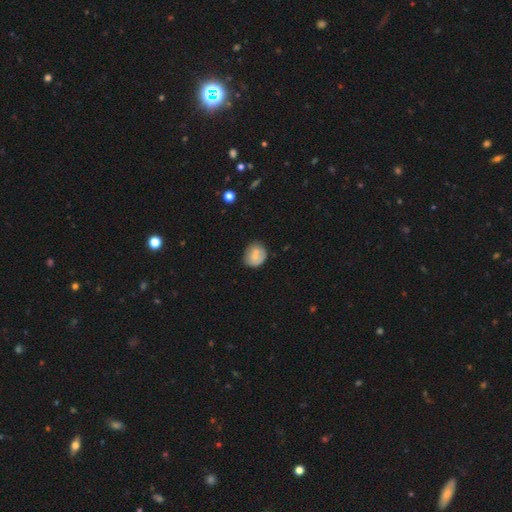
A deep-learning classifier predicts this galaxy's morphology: smooth-or-featured: smooth: 66% | featured or disk: 26% | star or artifact: 8%
  how-rounded: round: 70% | in between: 29% | cigar-shaped: 1%
  merging: none: 60% | minor disturbance: 25% | merger: 9% | major disturbance: 7%